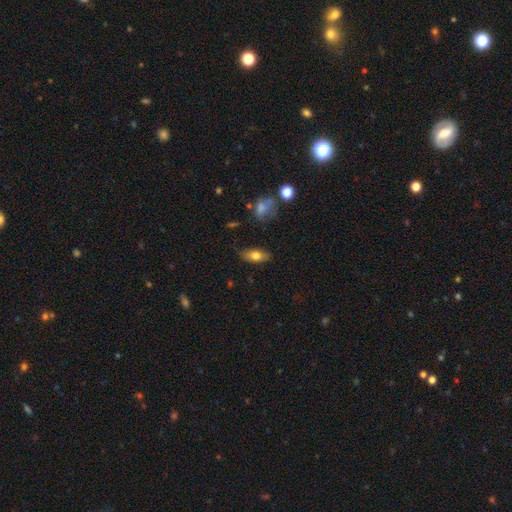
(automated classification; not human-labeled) smooth 75%, featured or disk 18%, star or artifact 8%. Down the decision tree: how rounded — in between (84%); merging — none (80%).